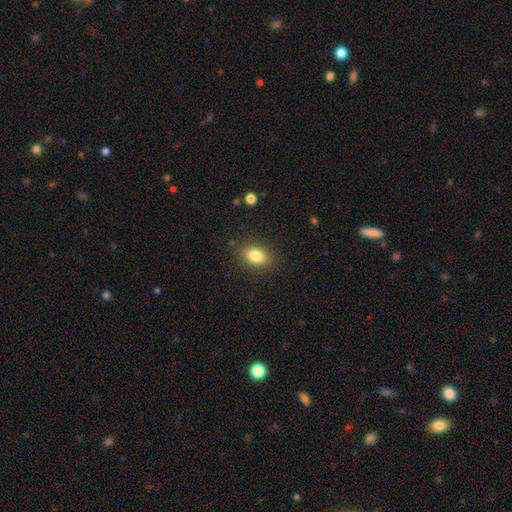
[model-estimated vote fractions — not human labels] A smooth galaxy with no disk features (83%) that is in between round and cigar-shaped (79%). Merging: none (86%).